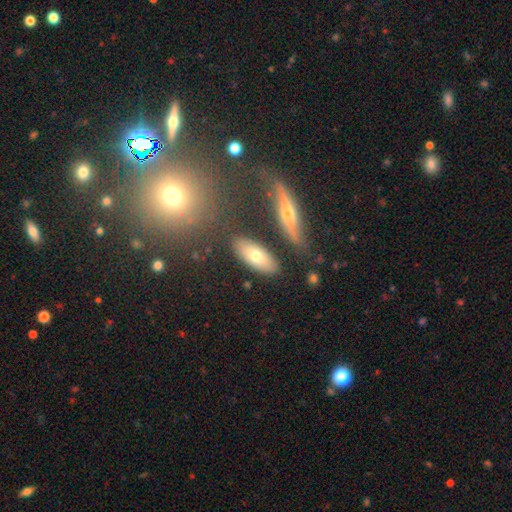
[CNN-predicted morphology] Q: Smooth or featured?
A: smooth (68%); runner-up: featured or disk (23%)
Q: How rounded?
A: in between (81%); runner-up: cigar-shaped (15%)
Q: Merging?
A: none (79%); runner-up: minor disturbance (11%)